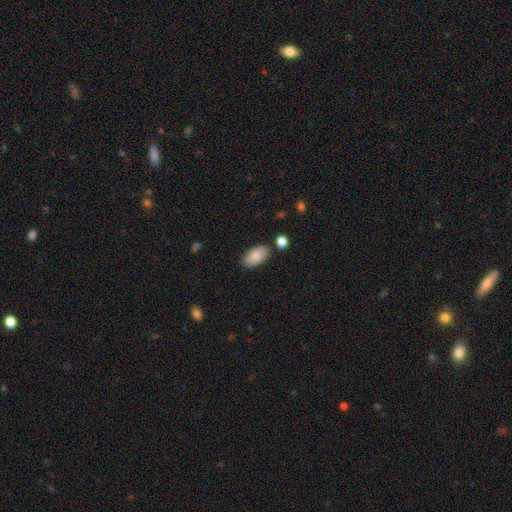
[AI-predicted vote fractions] This is clearly a smooth galaxy (83%). How rounded: clearly in between (95%). Merging: clearly none (82%).